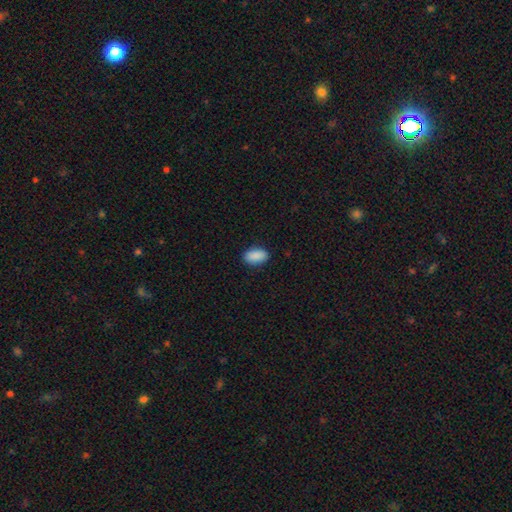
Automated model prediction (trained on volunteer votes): smooth 90%, star or artifact 7%, featured or disk 3%. Down the decision tree: how rounded — in between (92%); merging — none (89%).